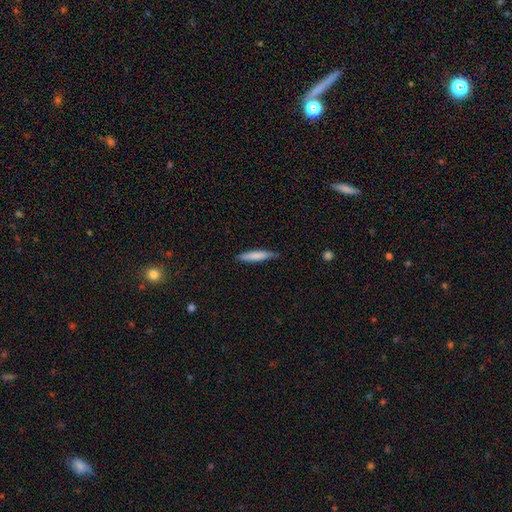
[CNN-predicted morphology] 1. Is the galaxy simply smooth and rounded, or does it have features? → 77% smooth, 17% featured or disk, 6% star or artifact.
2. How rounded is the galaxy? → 90% cigar-shaped, 9% in between, 1% round.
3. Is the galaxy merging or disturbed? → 82% none, 15% minor disturbance, 2% major disturbance, 1% merger.